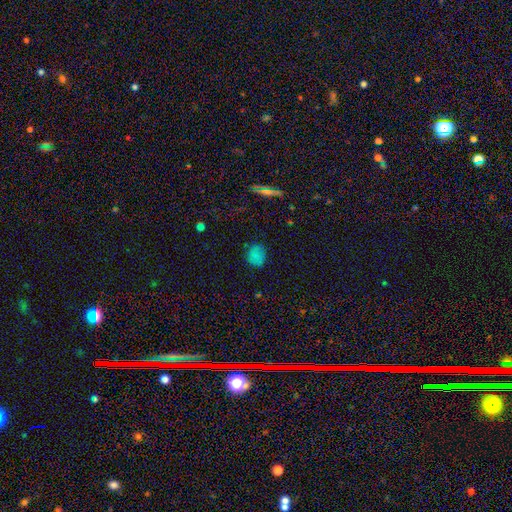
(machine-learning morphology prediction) type=smooth (76%); roundness=round (64%); merging=none (82%).